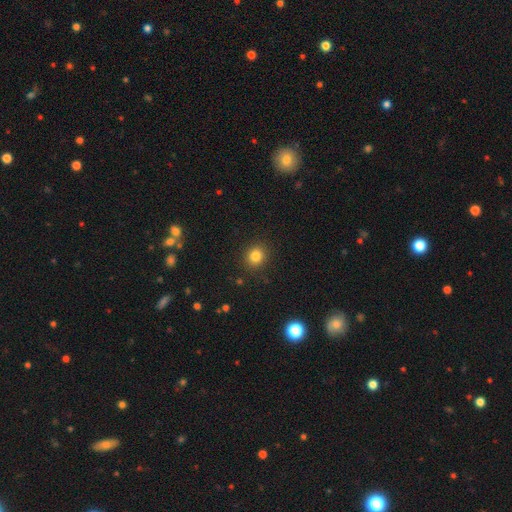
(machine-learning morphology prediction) type=smooth (83%); roundness=round (79%); merging=none (89%).